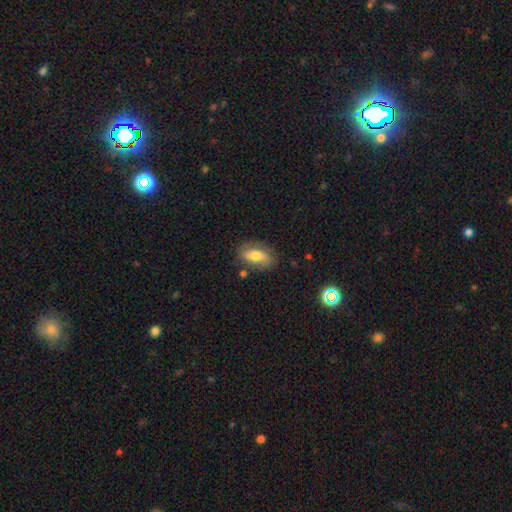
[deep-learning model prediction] A smooth galaxy with no disk features (63%) that is in between round and cigar-shaped (86%).

Vote fractions:
- Smooth or featured? smooth: 63% / featured or disk: 30% / star or artifact: 8%
- How rounded? in between: 86% / cigar-shaped: 8% / round: 6%
- Merging? none: 73% / minor disturbance: 18% / major disturbance: 5% / merger: 4%